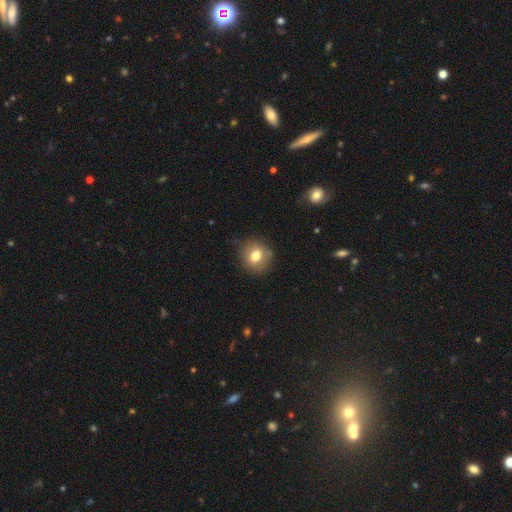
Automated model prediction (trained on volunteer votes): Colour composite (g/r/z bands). It shows a smooth galaxy with no disk features (74%) that is round (76%). Merging: none (82%).